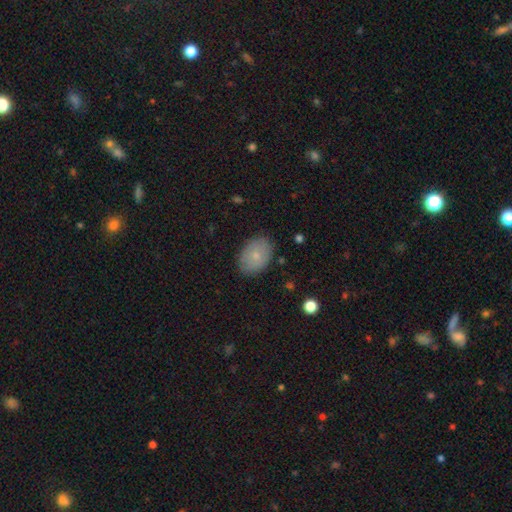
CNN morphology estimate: A smooth galaxy with no disk features (79%) that is in between round and cigar-shaped (81%).

Vote fractions:
- Smooth or featured? smooth: 79% / featured or disk: 14% / star or artifact: 7%
- How rounded? in between: 81% / round: 18% / cigar-shaped: 1%
- Merging? none: 85% / minor disturbance: 12% / major disturbance: 3% / merger: 1%